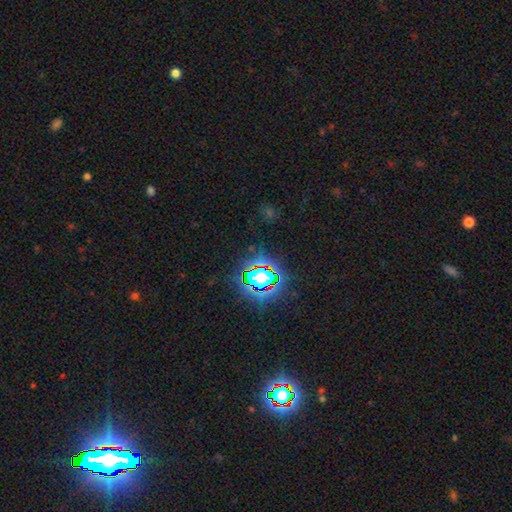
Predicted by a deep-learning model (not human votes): This appears to be a star or artifact, not a galaxy (82%).